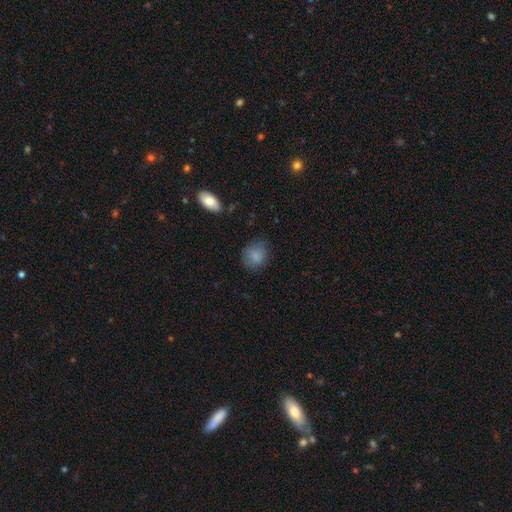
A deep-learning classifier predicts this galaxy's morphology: Smooth or featured: smooth — 84% (star or artifact — 9%)
How rounded: round — 65% (in between — 34%)
Merging: none — 71% (minor disturbance — 22%)